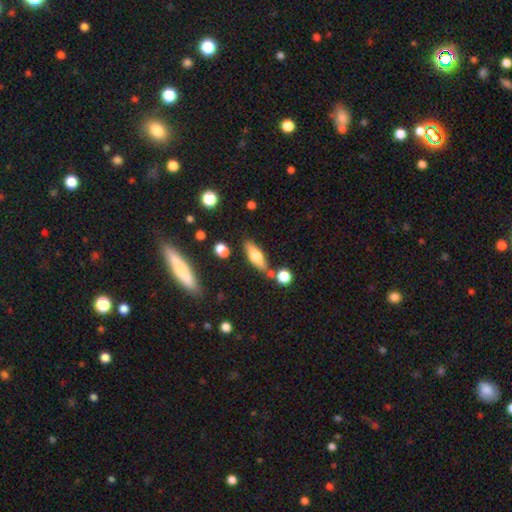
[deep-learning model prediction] A smooth galaxy with no disk features (55%) that is in between round and cigar-shaped (57%).

Vote fractions:
- Smooth or featured? smooth: 55% / featured or disk: 37% / star or artifact: 8%
- How rounded? in between: 57% / cigar-shaped: 39% / round: 4%
- Merging? none: 75% / minor disturbance: 13% / merger: 8% / major disturbance: 3%